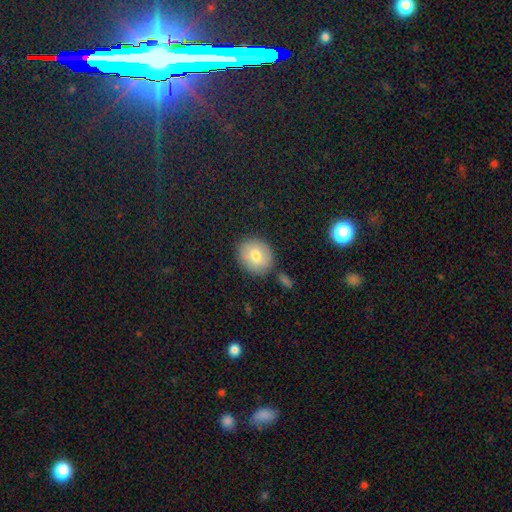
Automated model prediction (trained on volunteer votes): The model was most divided on "how rounded": round: 74%, in between: 25%, cigar-shaped: 1%. More confident: merging — none (80%); smooth or featured — smooth (78%).